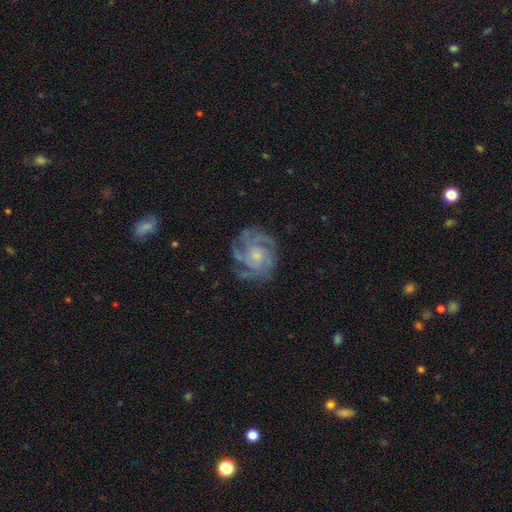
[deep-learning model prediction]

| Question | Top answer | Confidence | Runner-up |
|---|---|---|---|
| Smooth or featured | featured or disk | 84% | smooth (9%) |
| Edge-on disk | no | 98% | yes (2%) |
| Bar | no | 76% | weak (21%) |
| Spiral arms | yes | 96% | no (4%) |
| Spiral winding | tight | 59% | medium (34%) |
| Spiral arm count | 4 | 29% | 3 (24%) |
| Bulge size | small | 52% | moderate (38%) |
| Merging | none | 74% | minor disturbance (16%) |